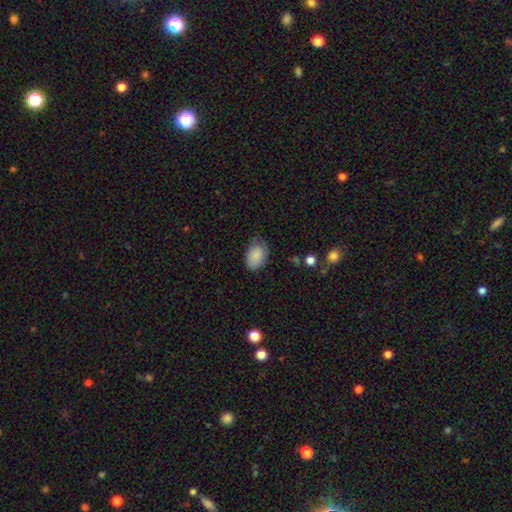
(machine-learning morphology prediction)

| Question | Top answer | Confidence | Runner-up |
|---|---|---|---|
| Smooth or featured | smooth | 85% | featured or disk (8%) |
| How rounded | in between | 87% | round (12%) |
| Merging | none | 60% | minor disturbance (31%) |